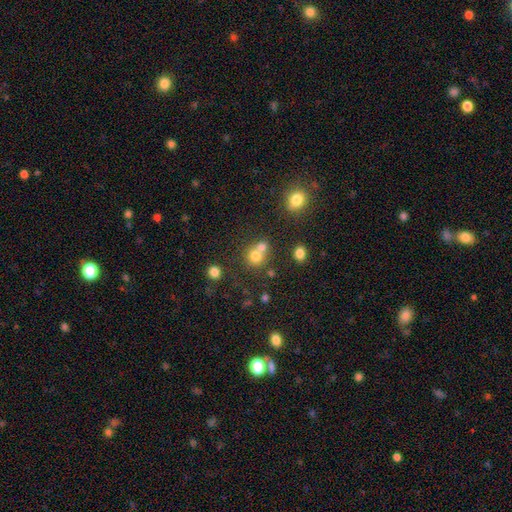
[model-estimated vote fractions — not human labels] Smooth or featured: smooth — 73% (star or artifact — 15%)
How rounded: round — 82% (in between — 17%)
Merging: merger — 48% (none — 42%)